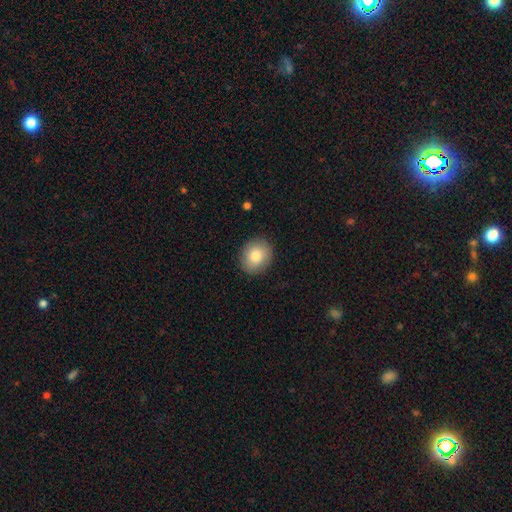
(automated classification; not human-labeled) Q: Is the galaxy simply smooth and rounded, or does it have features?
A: smooth — 84%.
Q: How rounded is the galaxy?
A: round — 70%.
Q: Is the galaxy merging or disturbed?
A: none — 89%.